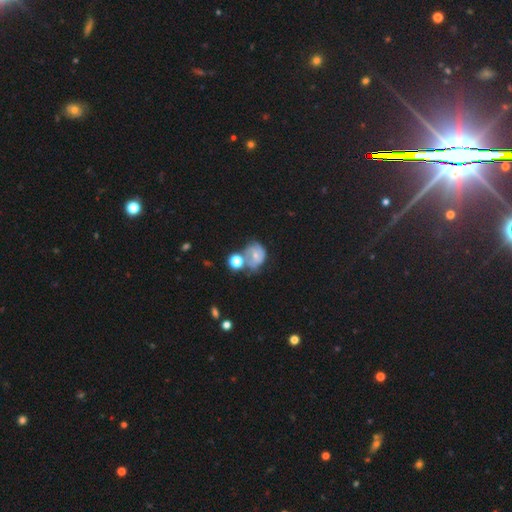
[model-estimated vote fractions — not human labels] smooth-or-featured: featured or disk: 50% | smooth: 38% | star or artifact: 12%
  disk-edge-on: no: 97% | yes: 3%
  merging: none: 38% | merger: 26% | minor disturbance: 23% | major disturbance: 14%